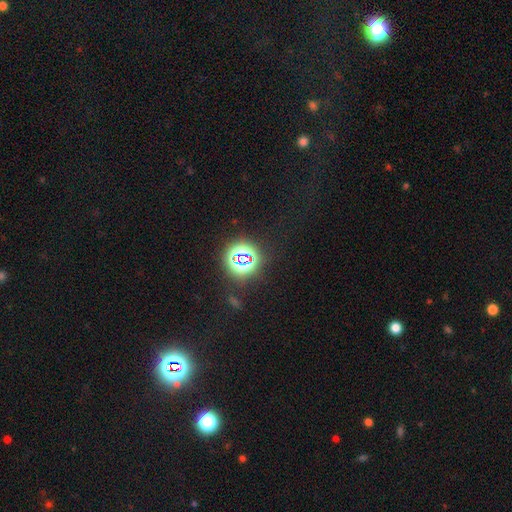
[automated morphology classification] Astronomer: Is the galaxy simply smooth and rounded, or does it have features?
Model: star or artifact — 74%.